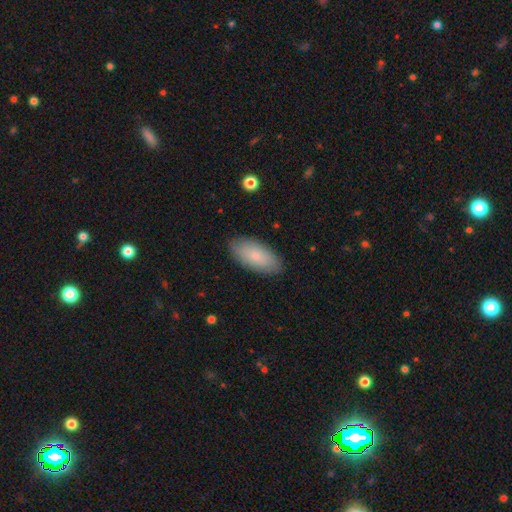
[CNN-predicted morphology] type=smooth (81%); roundness=in between (91%); merging=none (87%).